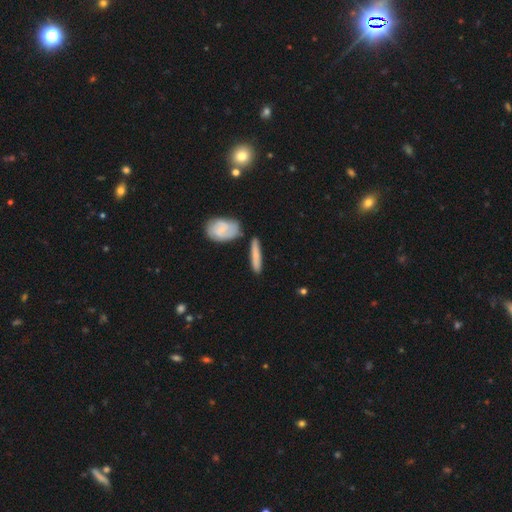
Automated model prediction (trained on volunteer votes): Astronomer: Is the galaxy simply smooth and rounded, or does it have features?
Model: smooth — 65%.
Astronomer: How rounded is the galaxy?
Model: cigar-shaped — 86%.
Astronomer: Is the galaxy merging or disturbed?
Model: none — 74%.